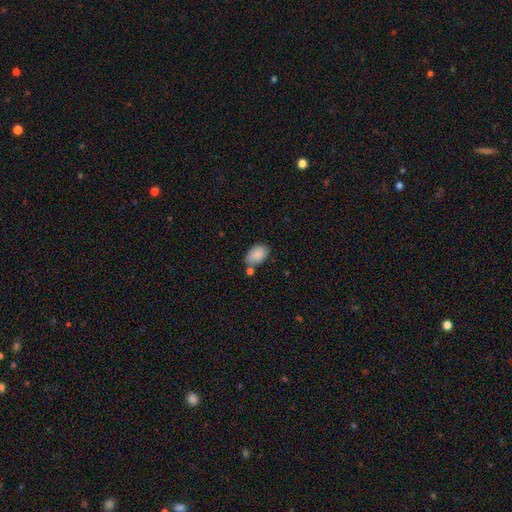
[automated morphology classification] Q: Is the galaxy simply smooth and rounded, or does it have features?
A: smooth — 87%.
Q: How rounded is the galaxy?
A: in between — 89%.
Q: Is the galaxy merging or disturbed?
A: none — 59%.